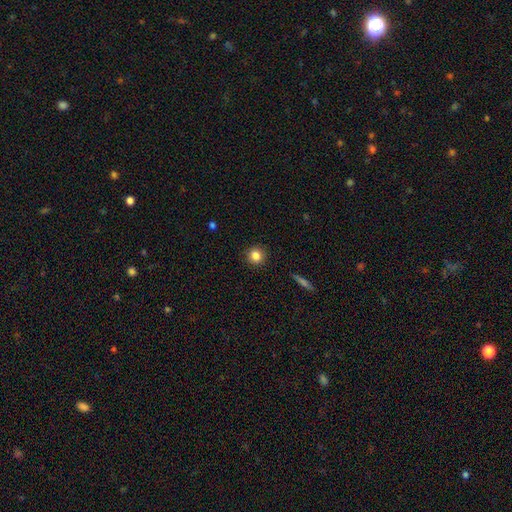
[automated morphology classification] smooth_or_featured: smooth (p=0.83) [alt: star or artifact p=0.10]
how_rounded: round (p=0.92) [alt: in between p=0.07]
merging: none (p=0.91) [alt: minor disturbance p=0.07]